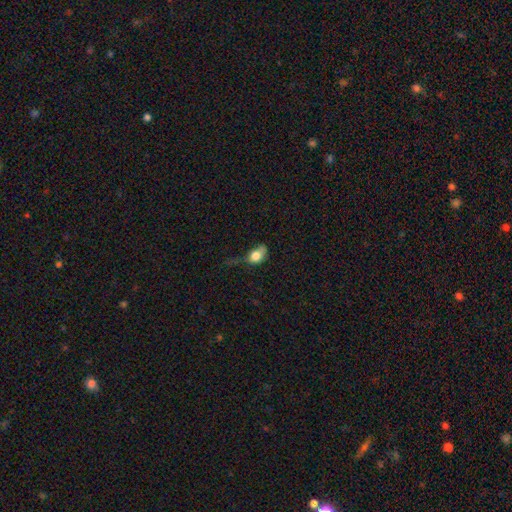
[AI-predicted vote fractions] This appears to be a smooth galaxy with no disk features (75%) that is in between round and cigar-shaped (71%). Merging: major disturbance (45%).